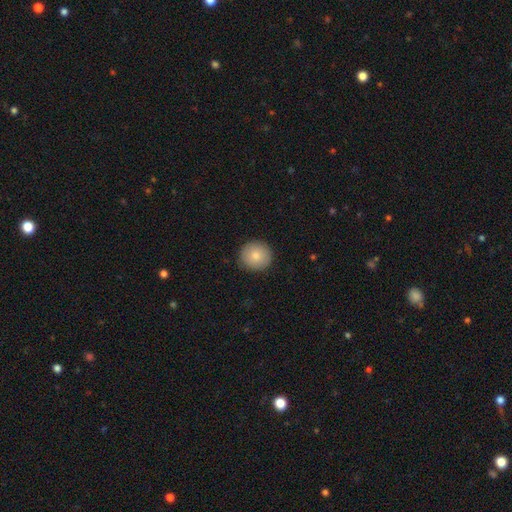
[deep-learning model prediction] smooth_or_featured: smooth (p=0.84) [alt: featured or disk p=0.09]
how_rounded: round (p=0.93) [alt: in between p=0.06]
merging: none (p=0.91) [alt: minor disturbance p=0.06]